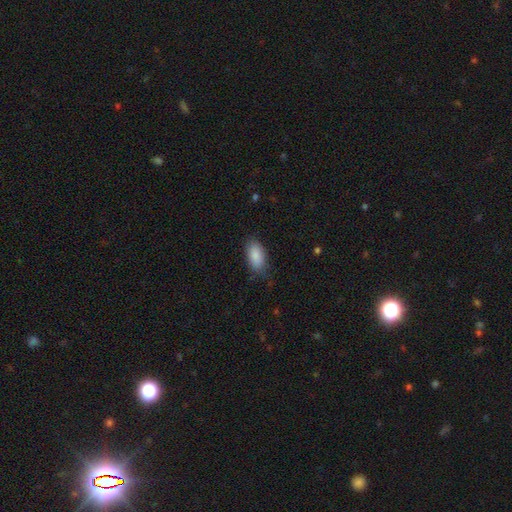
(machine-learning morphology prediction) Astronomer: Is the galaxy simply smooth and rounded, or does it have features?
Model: smooth — 88%.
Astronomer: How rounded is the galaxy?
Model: in between — 92%.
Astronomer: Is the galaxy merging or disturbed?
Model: none — 77%.